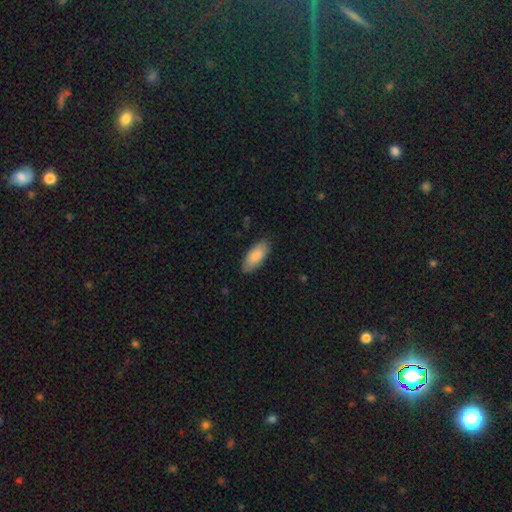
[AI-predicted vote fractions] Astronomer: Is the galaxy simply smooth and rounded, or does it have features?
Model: smooth — 86%.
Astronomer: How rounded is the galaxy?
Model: in between — 87%.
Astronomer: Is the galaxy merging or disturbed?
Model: none — 85%.